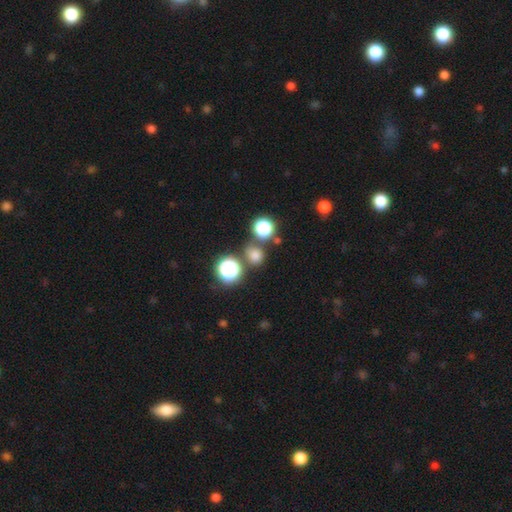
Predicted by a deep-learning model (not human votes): Q: Smooth or featured?
A: smooth (70%); runner-up: star or artifact (24%)
Q: How rounded?
A: round (84%); runner-up: in between (15%)
Q: Merging?
A: none (70%); runner-up: merger (16%)